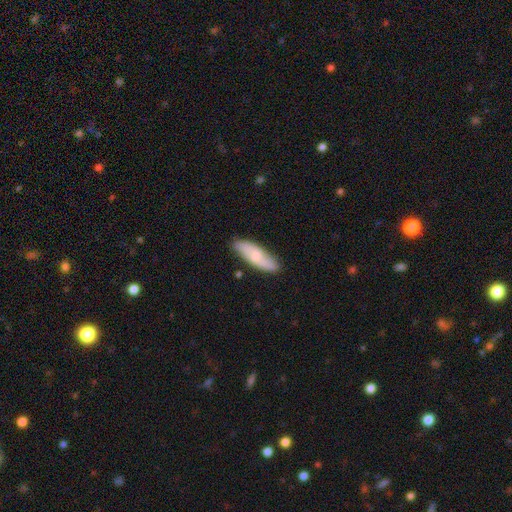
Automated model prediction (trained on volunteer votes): Morphology: type=smooth (61%); roundness=in between (50%); merging=none (80%).